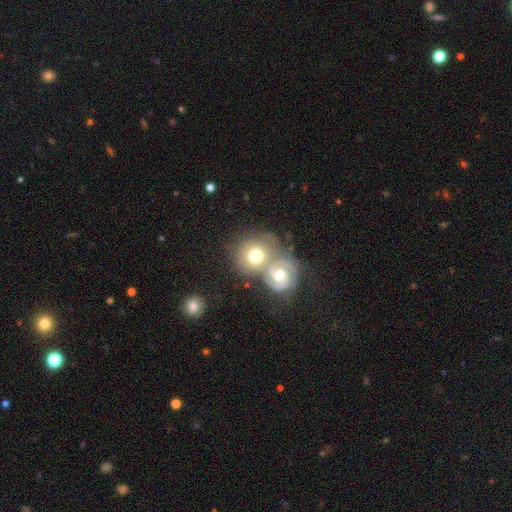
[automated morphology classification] Overall: featured or disk (59%; smooth 35%). Edge-on disk: no (96%). Bar: no (61%; weak 30%). Spiral arms: yes (90%). Spiral arm count: 2 (74%). Spiral winding: tight (59%; medium 35%). Bulge size: moderate (69%). Merging: merger (54%; none 33%).